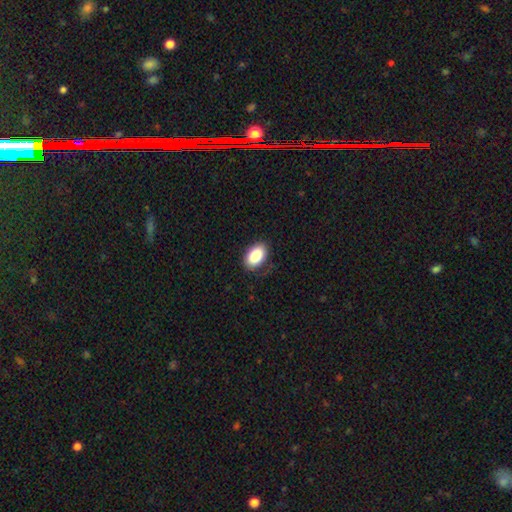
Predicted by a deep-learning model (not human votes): This appears to be a smooth galaxy with no disk features (87%) that is in between round and cigar-shaped (91%). Merging: none (81%).